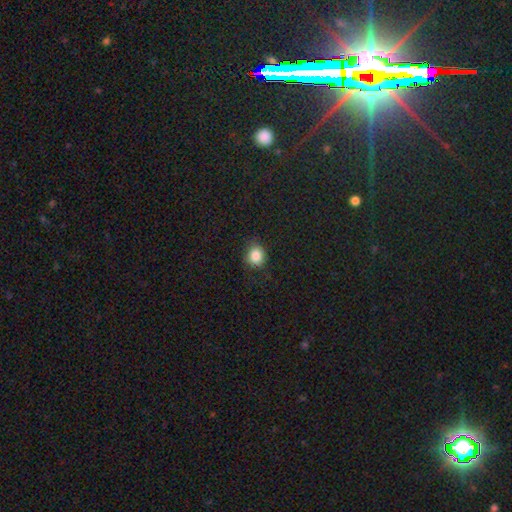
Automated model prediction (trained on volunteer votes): Q: Smooth or featured?
A: smooth (85%); runner-up: star or artifact (10%)
Q: How rounded?
A: round (73%); runner-up: in between (26%)
Q: Merging?
A: none (79%); runner-up: minor disturbance (15%)